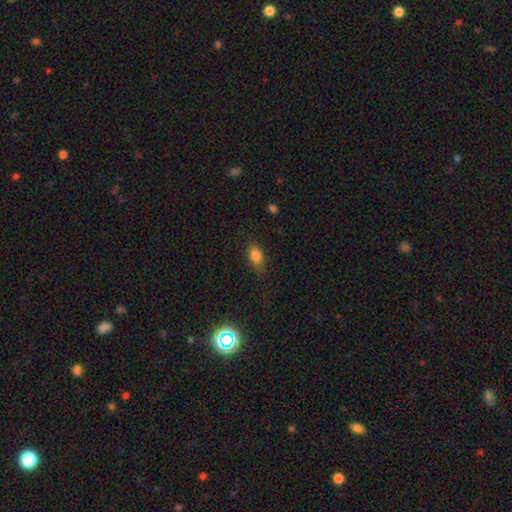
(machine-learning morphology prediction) type=smooth (82%); roundness=in between (83%); merging=none (80%).